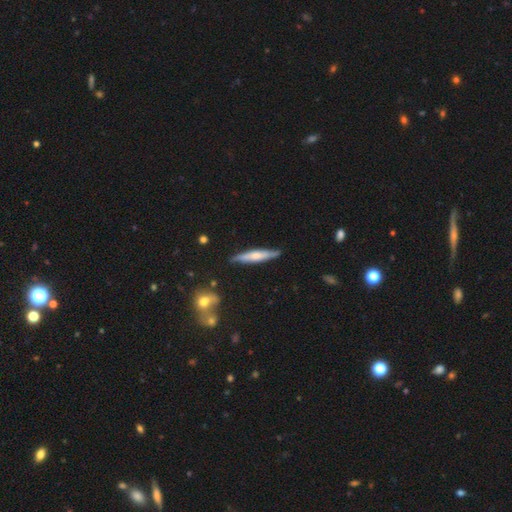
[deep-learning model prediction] This appears to be a smooth galaxy with no disk features (49%). Merging: none (83%).